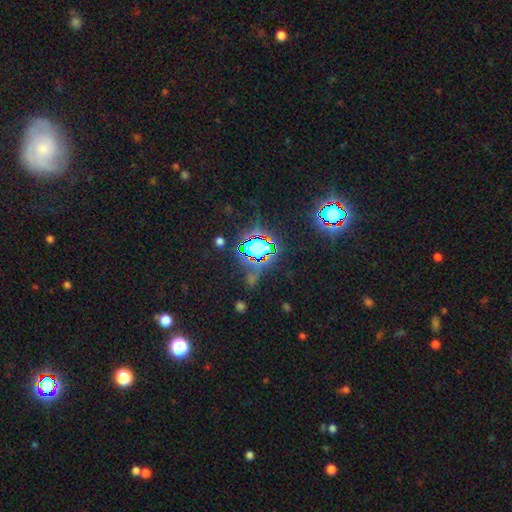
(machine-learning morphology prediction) The model was most divided on "smooth or featured": star or artifact: 81%, smooth: 11%, featured or disk: 7%.